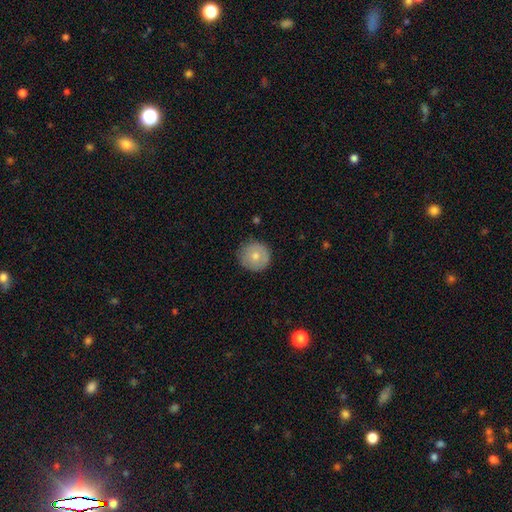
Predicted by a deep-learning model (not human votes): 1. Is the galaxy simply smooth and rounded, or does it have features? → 72% smooth, 21% featured or disk, 7% star or artifact.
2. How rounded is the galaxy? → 94% round, 5% in between, 1% cigar-shaped.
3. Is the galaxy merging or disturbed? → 85% none, 12% minor disturbance, 2% major disturbance, 1% merger.